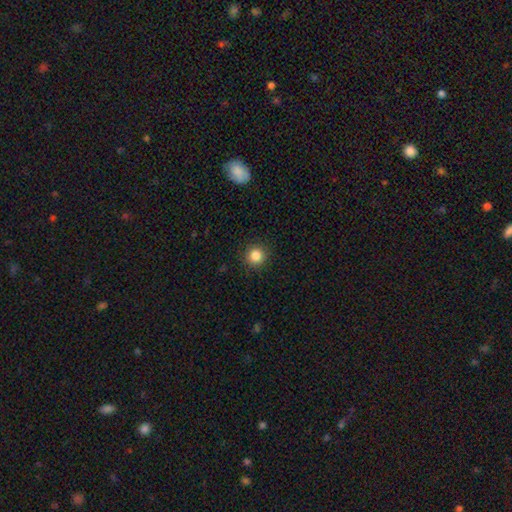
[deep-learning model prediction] This appears to be a smooth galaxy with no disk features (84%) that is round (93%). Merging: none (91%).